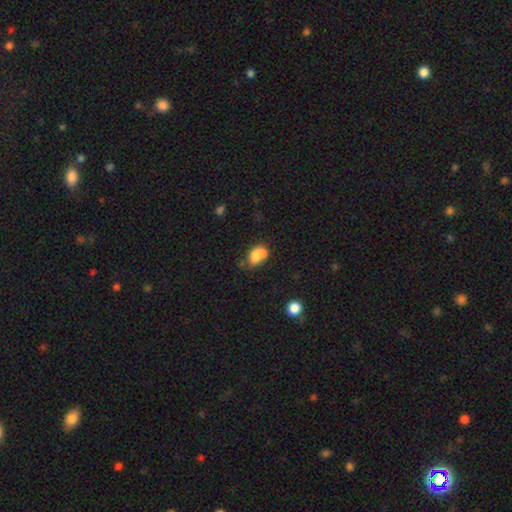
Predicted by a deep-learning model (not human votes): smooth 71%, featured or disk 19%, star or artifact 10%. Down the decision tree: how rounded — in between (68%); merging — merger (57%).